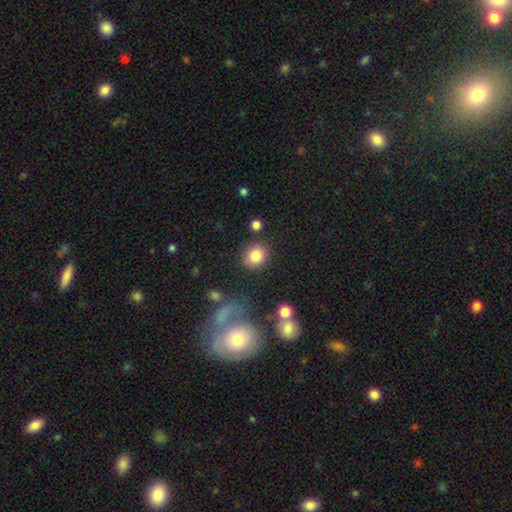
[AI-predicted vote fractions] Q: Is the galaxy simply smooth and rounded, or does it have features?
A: smooth — 84%.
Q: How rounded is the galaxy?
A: round — 75%.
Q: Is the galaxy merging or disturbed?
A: none — 83%.